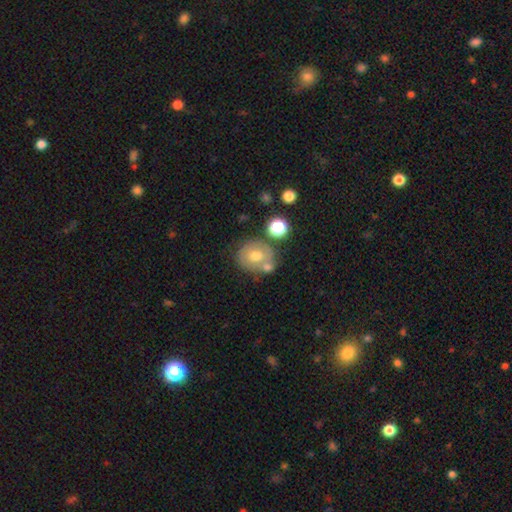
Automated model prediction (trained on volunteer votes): The model was most divided on "merging": none: 53%, merger: 27%, minor disturbance: 15%, major disturbance: 6%. More confident: how rounded — round (78%); smooth or featured — smooth (62%).